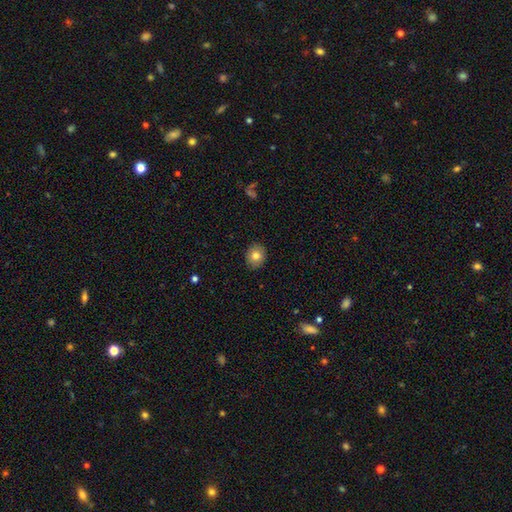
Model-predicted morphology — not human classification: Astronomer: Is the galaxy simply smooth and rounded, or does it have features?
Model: smooth — 79%.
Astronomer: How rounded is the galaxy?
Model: round — 76%.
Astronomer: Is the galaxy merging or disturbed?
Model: none — 90%.